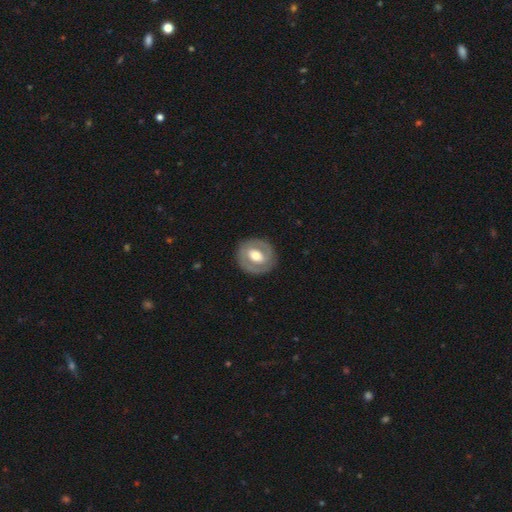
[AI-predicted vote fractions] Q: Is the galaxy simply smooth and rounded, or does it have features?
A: featured or disk — 59%.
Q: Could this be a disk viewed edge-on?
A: no — 95%.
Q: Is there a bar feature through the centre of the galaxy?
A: no — 44%.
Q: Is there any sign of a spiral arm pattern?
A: no — 65%.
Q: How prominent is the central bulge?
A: moderate — 63%.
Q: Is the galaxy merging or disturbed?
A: none — 84%.